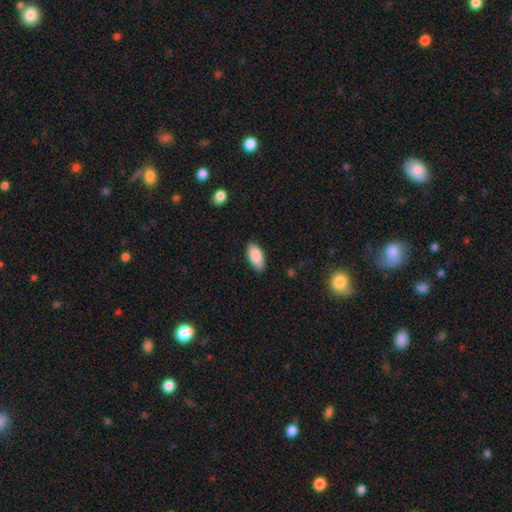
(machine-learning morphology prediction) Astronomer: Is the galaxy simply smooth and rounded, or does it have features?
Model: smooth — 88%.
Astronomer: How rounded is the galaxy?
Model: in between — 92%.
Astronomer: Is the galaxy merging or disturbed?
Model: none — 83%.